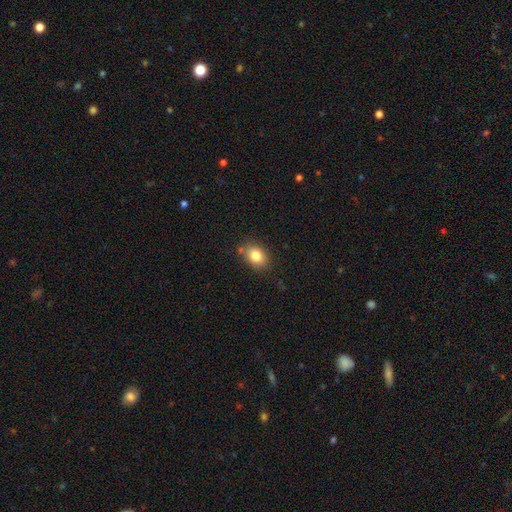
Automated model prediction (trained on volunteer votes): Smooth or featured? smooth (82%)
How rounded? in between (66%)
Merging? none (78%)